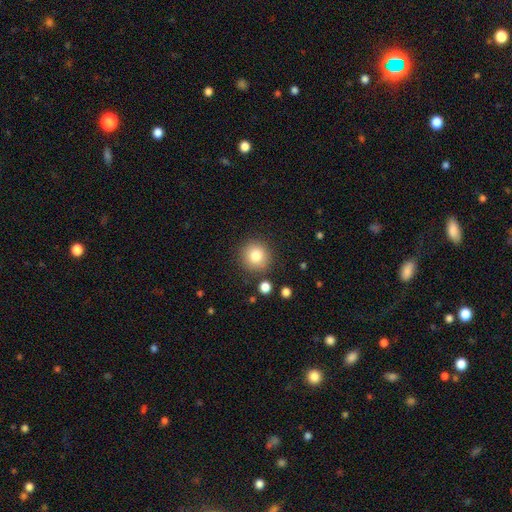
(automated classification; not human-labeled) smooth-or-featured: smooth: 81% | star or artifact: 11% | featured or disk: 8%
  how-rounded: round: 93% | in between: 6% | cigar-shaped: 1%
  merging: none: 87% | minor disturbance: 8% | merger: 3% | major disturbance: 3%